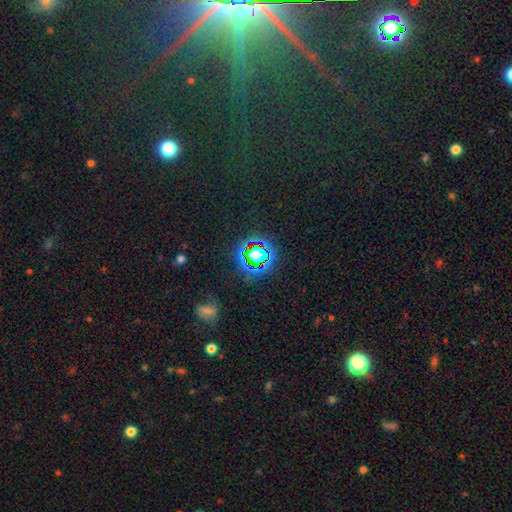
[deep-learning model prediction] smooth-or-featured: star or artifact: 69% | smooth: 19% | featured or disk: 12%